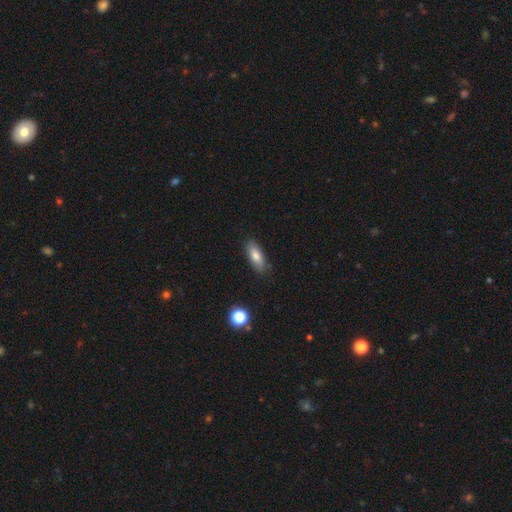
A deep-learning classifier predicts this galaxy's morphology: Smooth or featured? smooth (77%)
How rounded? in between (70%)
Merging? none (83%)